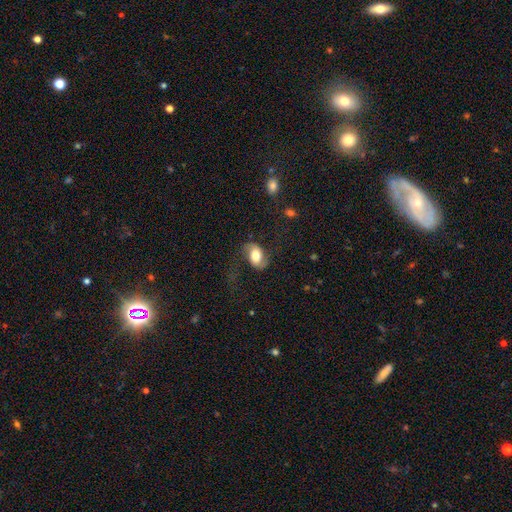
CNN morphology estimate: Smooth or featured? featured or disk (48%)
Merging? none (59%)